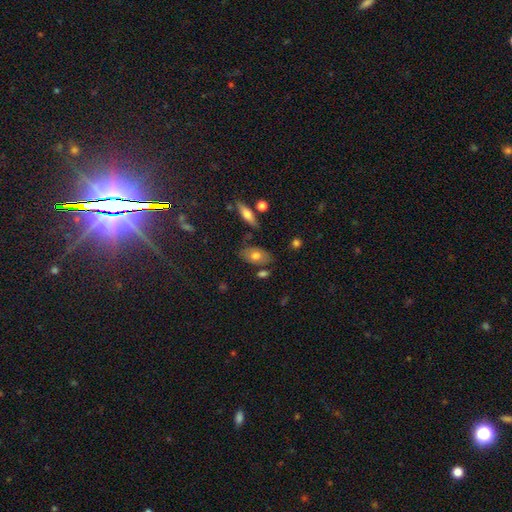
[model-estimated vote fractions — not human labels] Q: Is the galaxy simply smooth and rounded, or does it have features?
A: smooth — 71%.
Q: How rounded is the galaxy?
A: in between — 90%.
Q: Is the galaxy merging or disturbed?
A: none — 73%.